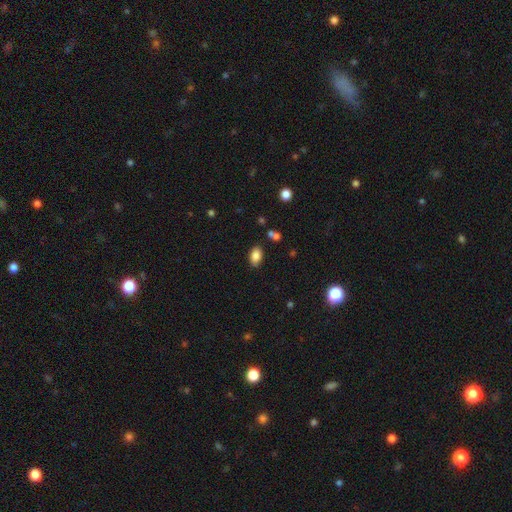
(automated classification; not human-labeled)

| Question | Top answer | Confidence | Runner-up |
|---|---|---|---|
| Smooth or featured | smooth | 85% | star or artifact (9%) |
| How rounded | in between | 90% | round (8%) |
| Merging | none | 83% | minor disturbance (11%) |